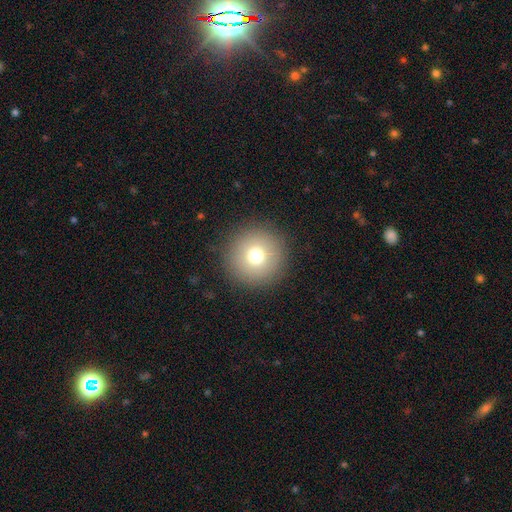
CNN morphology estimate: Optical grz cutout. It shows a smooth galaxy with no disk features (73%) that is round (97%). Merging: none (90%).